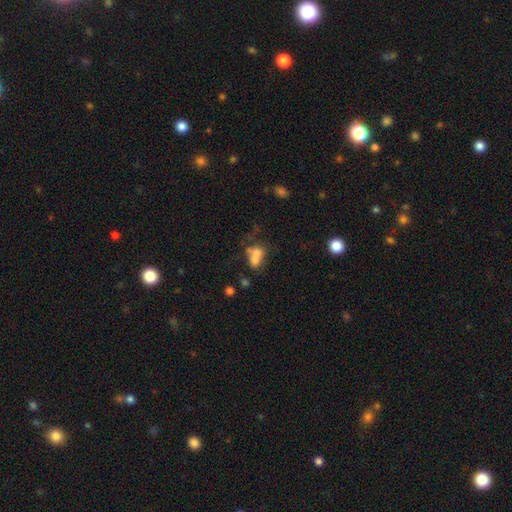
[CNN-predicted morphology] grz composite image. It shows a smooth galaxy with no disk features (62%) that is in between round and cigar-shaped (61%). Merging: merger (60%).